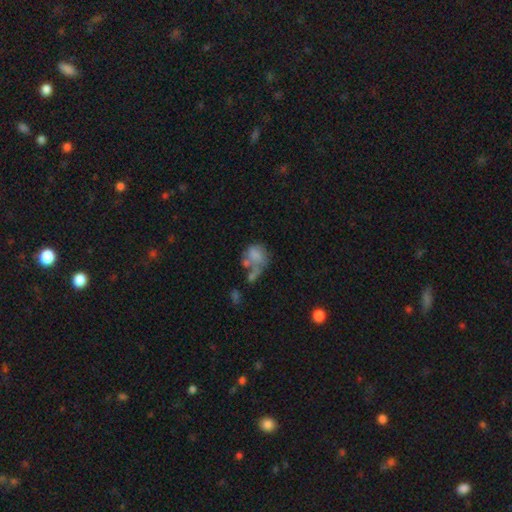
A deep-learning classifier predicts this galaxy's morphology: smooth_or_featured: smooth (p=0.60) [alt: featured or disk p=0.30]
how_rounded: round (p=0.54) [alt: in between p=0.45]
merging: merger (p=0.32) [alt: major disturbance p=0.27]